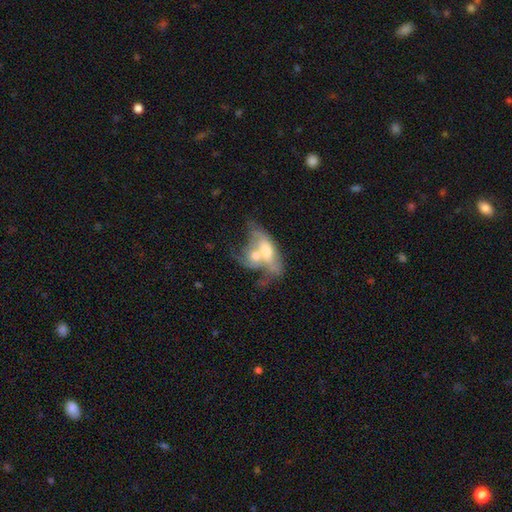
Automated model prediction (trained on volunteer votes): A featured or disk galaxy (57%) with no bar (70%), no spiral arms (51%) and a moderate central bulge (66%).

Vote fractions:
- Smooth or featured? featured or disk: 57% / smooth: 36% / star or artifact: 6%
- Edge-on disk? no: 90% / yes: 10%
- Bar? no: 70% / weak: 23% / strong: 7%
- Spiral arms? no: 51% / yes: 49%
- Bulge size? moderate: 66% / small: 18% / large: 11% / none: 3% / dominant: 2%
- Merging? merger: 75% / none: 9% / major disturbance: 9% / minor disturbance: 6%